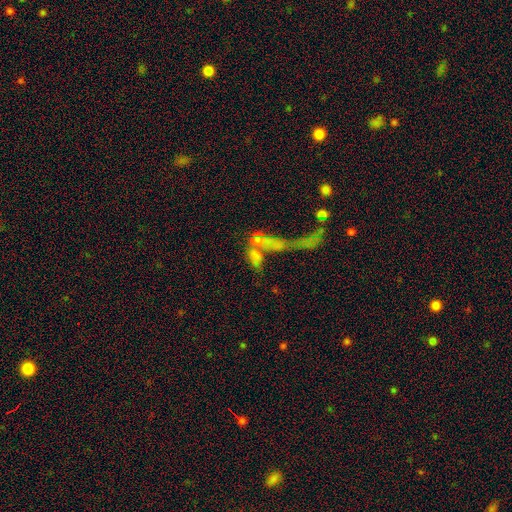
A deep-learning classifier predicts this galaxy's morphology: A smooth galaxy with no disk features (46%). Merging: merger (53%).